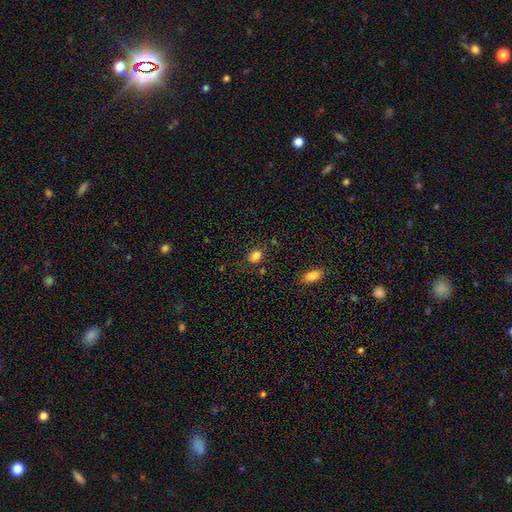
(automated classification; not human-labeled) Smooth or featured?
  - smooth: 83% *
  - star or artifact: 12%
  - featured or disk: 5%
How rounded?
  - in between: 59% *
  - round: 39%
  - cigar-shaped: 1%
Merging?
  - none: 76% *
  - minor disturbance: 15%
  - major disturbance: 5%
  - merger: 4%